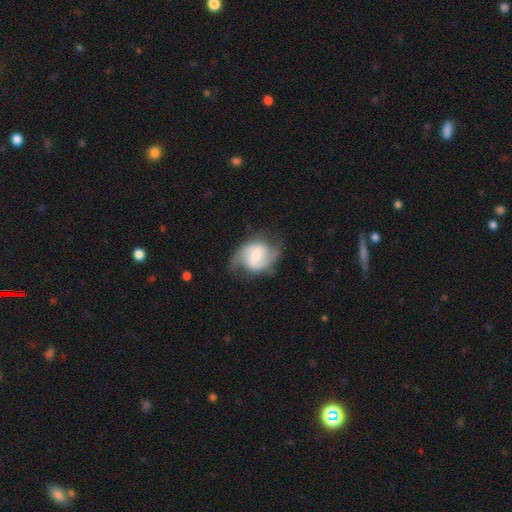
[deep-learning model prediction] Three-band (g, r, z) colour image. It shows a featured or disk galaxy (83%) with a weak bar (49%), 2 (90%) medium (51%) spiral arms (96%) and a moderate central bulge (51%). Merging: none (70%).